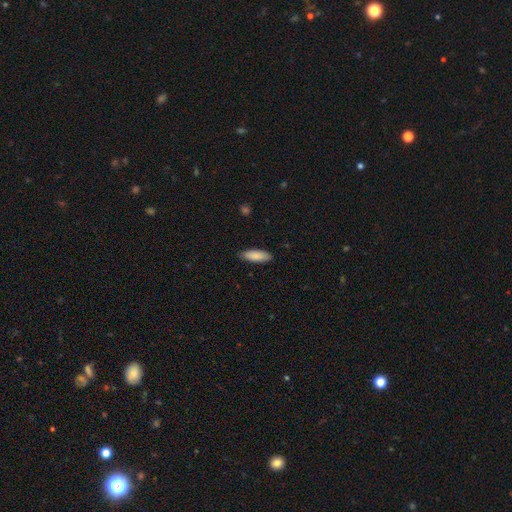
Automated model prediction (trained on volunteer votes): Smooth or featured: smooth — 88% (featured or disk — 7%)
How rounded: in between — 61% (cigar-shaped — 37%)
Merging: none — 85% (minor disturbance — 12%)